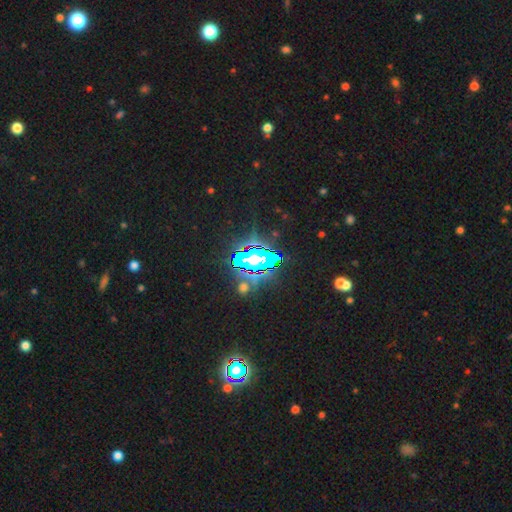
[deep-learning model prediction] This is likely a star or artifact rather than a galaxy (78%).